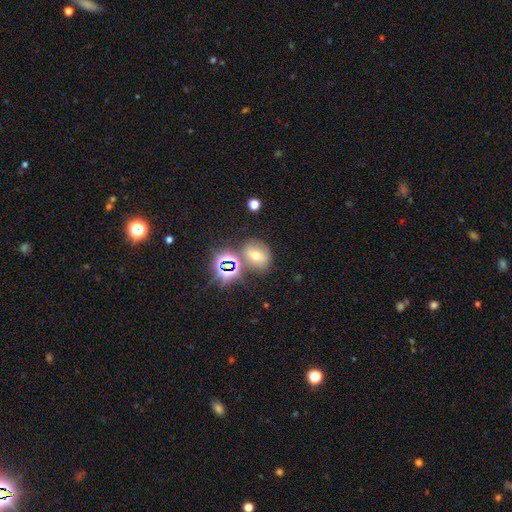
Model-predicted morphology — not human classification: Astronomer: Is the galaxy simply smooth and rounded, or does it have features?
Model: smooth — 50% (runner-up: star or artifact, 29%).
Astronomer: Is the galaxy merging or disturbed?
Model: none — 65%.